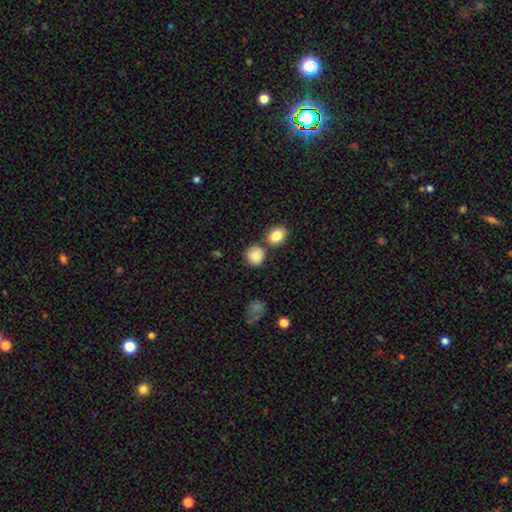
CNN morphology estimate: A smooth galaxy with no disk features (86%) that is round (83%).

Vote fractions:
- Smooth or featured? smooth: 86% / star or artifact: 8% / featured or disk: 6%
- How rounded? round: 83% / in between: 16% / cigar-shaped: 1%
- Merging? none: 70% / minor disturbance: 13% / merger: 13% / major disturbance: 4%